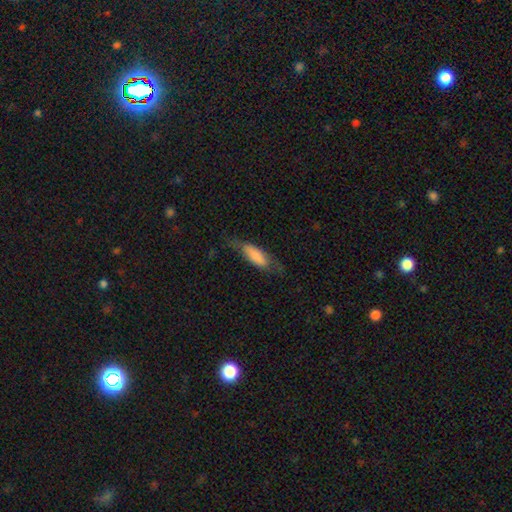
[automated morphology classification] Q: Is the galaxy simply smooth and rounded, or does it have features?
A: smooth — 72%.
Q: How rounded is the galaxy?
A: in between — 59%.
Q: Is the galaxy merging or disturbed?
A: none — 58%.